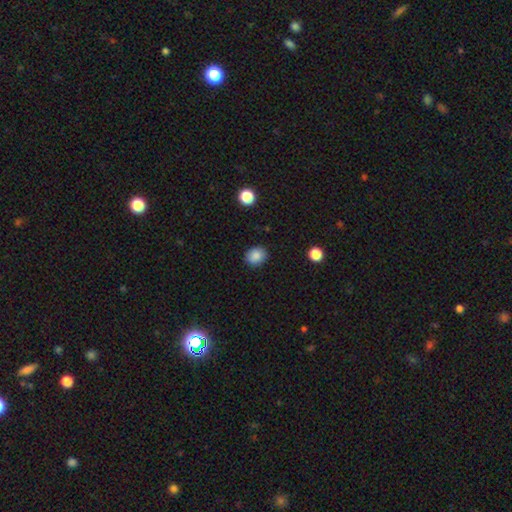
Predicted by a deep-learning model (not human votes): smooth 87%, star or artifact 10%, featured or disk 4%. Down the decision tree: how rounded — round (68%); merging — none (87%).